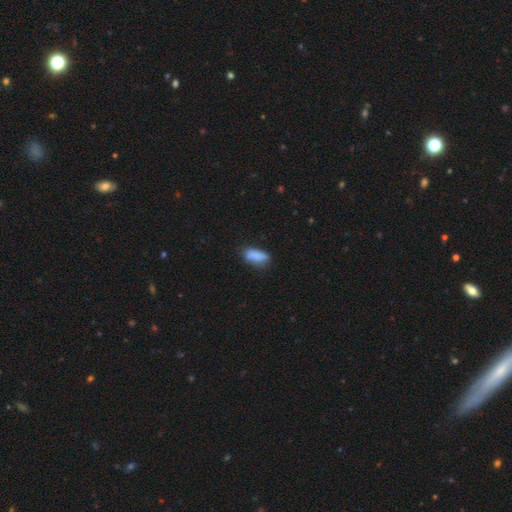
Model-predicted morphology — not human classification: The model was most divided on "merging": none: 69%, minor disturbance: 24%, major disturbance: 5%, merger: 2%. More confident: smooth or featured — smooth (85%); how rounded — in between (79%).